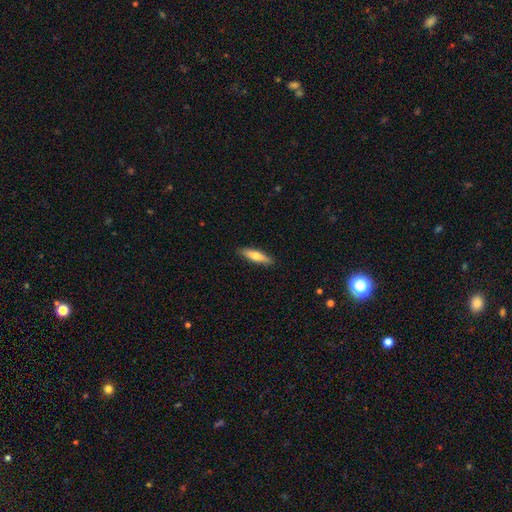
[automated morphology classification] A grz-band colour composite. It shows a smooth galaxy with no disk features (67%) that is cigar-shaped (72%). Merging: none (89%).